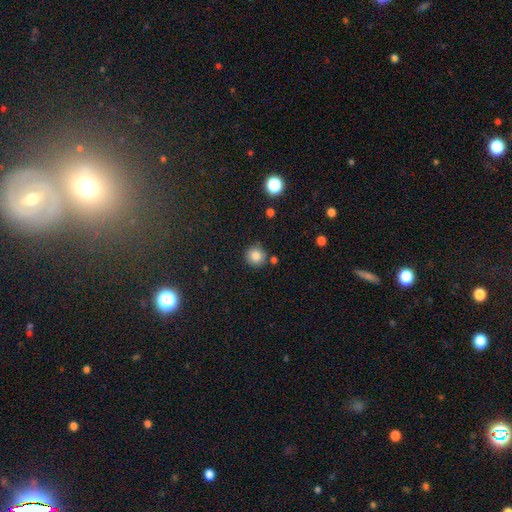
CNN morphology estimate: Smooth or featured? smooth (84%)
How rounded? round (93%)
Merging? none (83%)